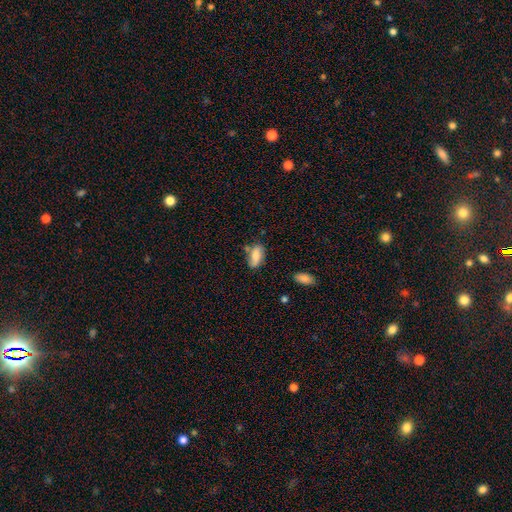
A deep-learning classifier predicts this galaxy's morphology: Q: Smooth or featured?
A: smooth (75%); runner-up: featured or disk (17%)
Q: How rounded?
A: in between (87%); runner-up: cigar-shaped (9%)
Q: Merging?
A: none (62%); runner-up: minor disturbance (24%)